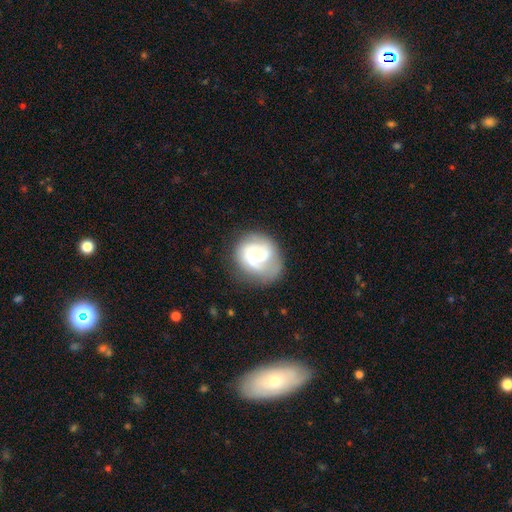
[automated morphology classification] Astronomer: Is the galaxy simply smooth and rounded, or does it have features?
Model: featured or disk — 72%.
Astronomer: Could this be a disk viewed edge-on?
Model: no — 98%.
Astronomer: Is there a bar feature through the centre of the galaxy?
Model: weak — 48% (runner-up: no, 40%).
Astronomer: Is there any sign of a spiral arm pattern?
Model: yes — 91%.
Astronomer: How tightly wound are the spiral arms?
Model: tight — 42% (runner-up: medium, 41%).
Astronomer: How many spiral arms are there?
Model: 2 — 51%.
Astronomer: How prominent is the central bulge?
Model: small — 52% (runner-up: moderate, 29%).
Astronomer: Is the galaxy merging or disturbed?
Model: none — 61%.